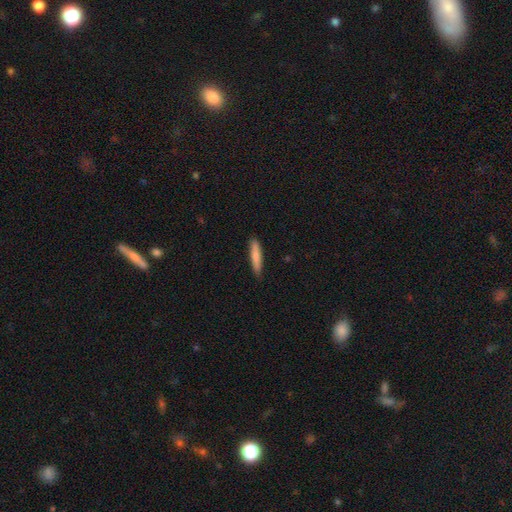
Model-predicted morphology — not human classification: This appears to be a smooth galaxy with no disk features (80%) that is cigar-shaped (89%). Merging: none (87%).